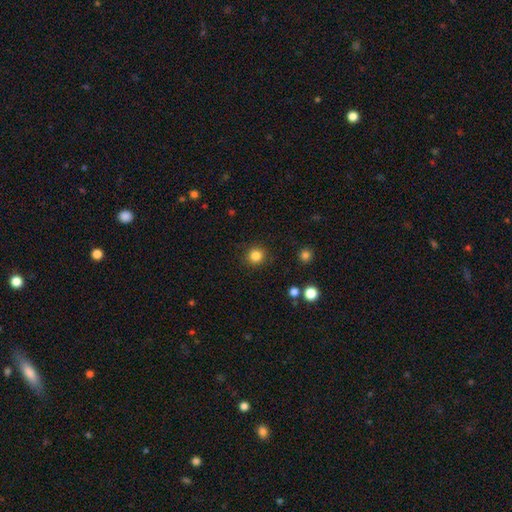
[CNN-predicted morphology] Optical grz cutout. It shows a smooth galaxy with no disk features (84%) that is round (93%). Merging: none (90%).